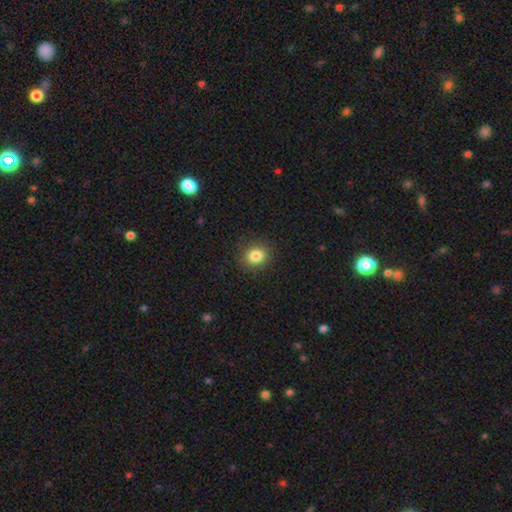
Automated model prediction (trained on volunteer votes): Smooth or featured? Predicted: smooth (p=0.84). How rounded? Predicted: round (p=0.73). Merging? Predicted: none (p=0.88).